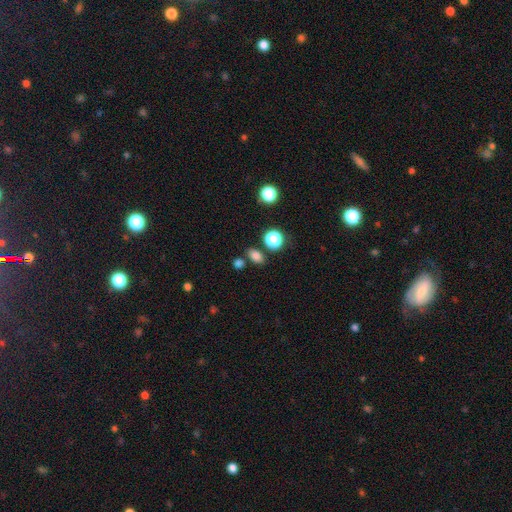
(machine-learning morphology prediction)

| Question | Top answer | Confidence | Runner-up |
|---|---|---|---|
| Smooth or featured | smooth | 79% | star or artifact (15%) |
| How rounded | in between | 72% | round (26%) |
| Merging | none | 78% | minor disturbance (10%) |